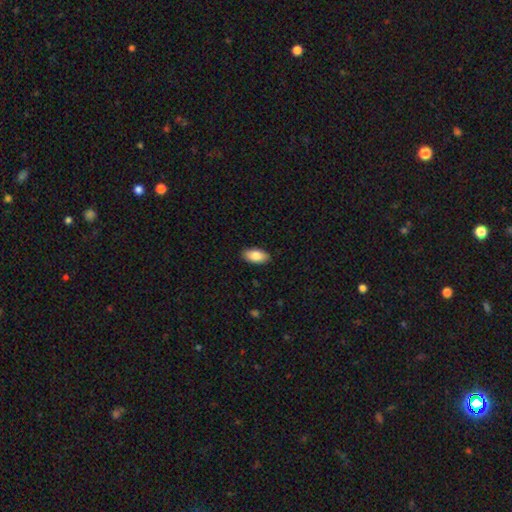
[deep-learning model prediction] smooth_or_featured: smooth (p=0.84) [alt: featured or disk p=0.09]
how_rounded: in between (p=0.93) [alt: cigar-shaped p=0.04]
merging: none (p=0.90) [alt: minor disturbance p=0.08]